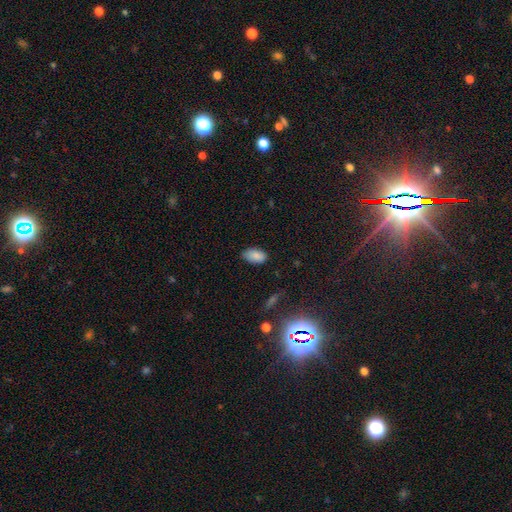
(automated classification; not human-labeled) Overall: smooth (85%). How rounded: in between (94%). Merging: none (79%).